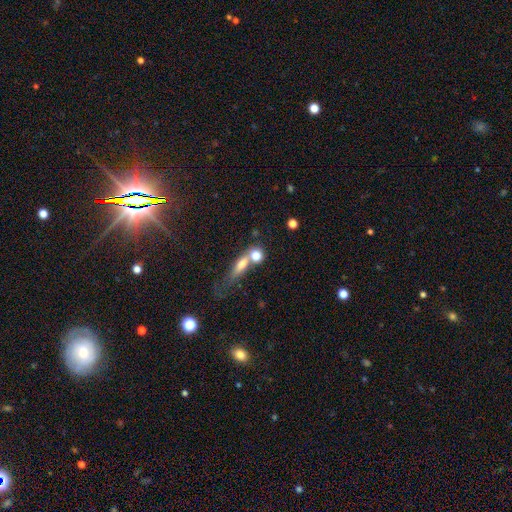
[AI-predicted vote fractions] Smooth or featured? Predicted: smooth (p=0.75). How rounded? Predicted: round (p=0.57). Merging? Predicted: merger (p=0.52).